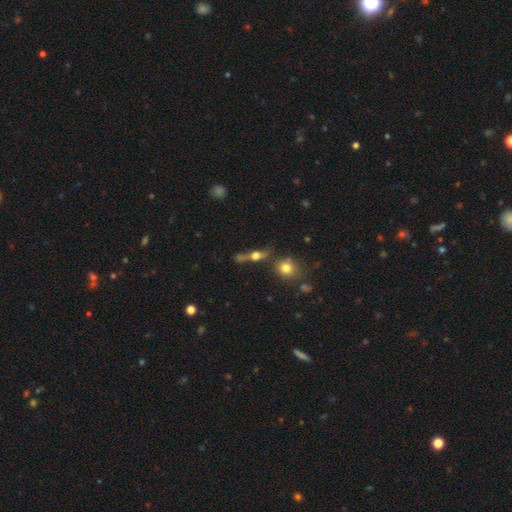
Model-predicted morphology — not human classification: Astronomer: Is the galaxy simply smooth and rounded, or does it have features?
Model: featured or disk — 53% (runner-up: smooth, 34%).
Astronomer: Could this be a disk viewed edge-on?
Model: yes — 79%.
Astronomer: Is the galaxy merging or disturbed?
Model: none — 59%.